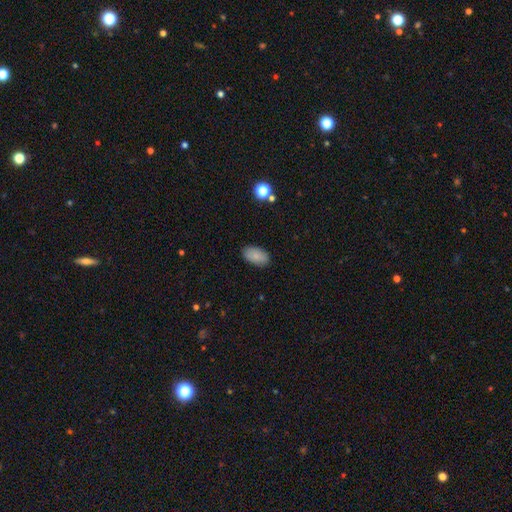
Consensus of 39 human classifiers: Smooth or featured? 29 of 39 (74%) said smooth. How rounded? 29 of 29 (100%) said in between. Merging? 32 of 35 (91%) said none.